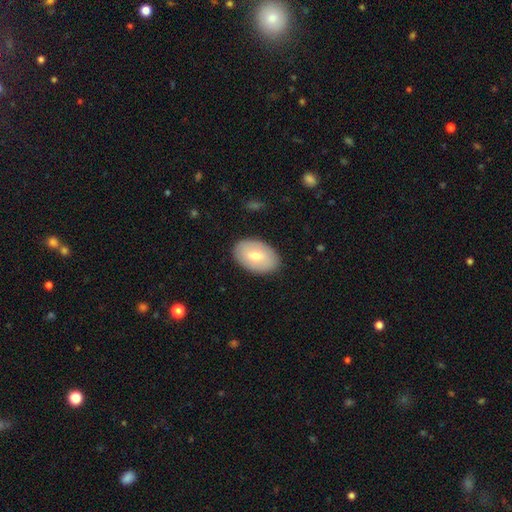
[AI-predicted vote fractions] Q: Smooth or featured?
A: smooth (64%); runner-up: featured or disk (29%)
Q: How rounded?
A: in between (88%); runner-up: round (11%)
Q: Merging?
A: none (87%); runner-up: minor disturbance (9%)